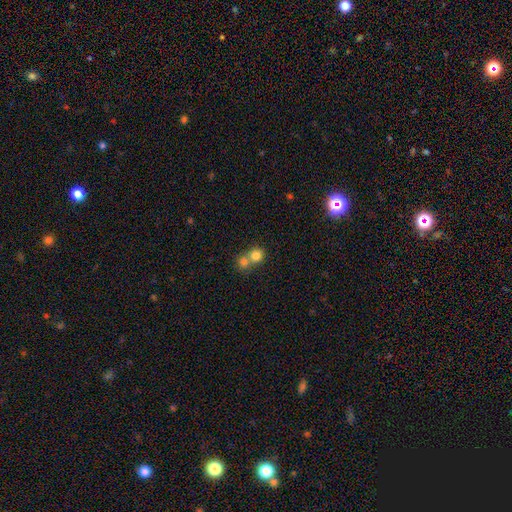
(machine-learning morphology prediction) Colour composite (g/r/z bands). It shows a smooth galaxy with no disk features (79%) that is round (86%). Merging: merger (53%).